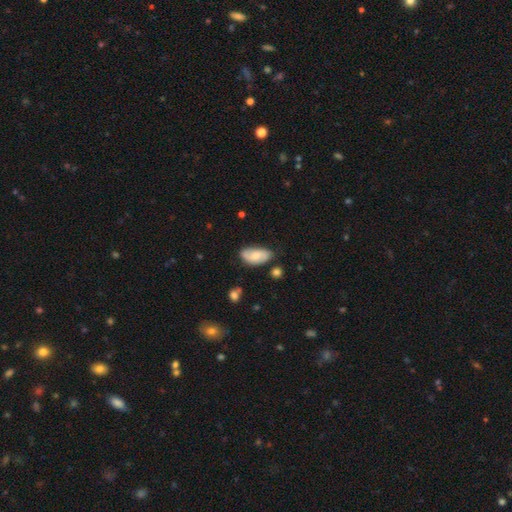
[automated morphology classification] This appears to be a smooth galaxy with no disk features (58%) that is in between round and cigar-shaped (93%). Merging: none (66%).